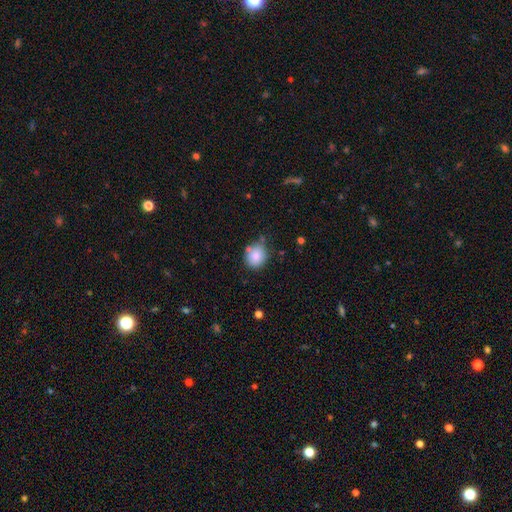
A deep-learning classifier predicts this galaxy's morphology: Q: Smooth or featured?
A: smooth (82%); runner-up: star or artifact (9%)
Q: How rounded?
A: round (71%); runner-up: in between (28%)
Q: Merging?
A: none (71%); runner-up: minor disturbance (19%)